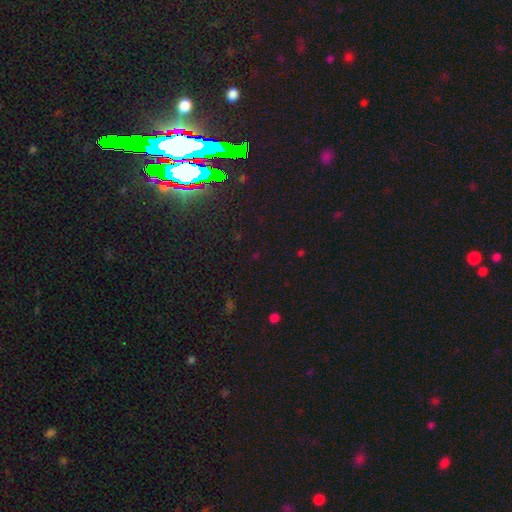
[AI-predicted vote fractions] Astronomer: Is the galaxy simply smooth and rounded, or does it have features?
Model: star or artifact — 67%.